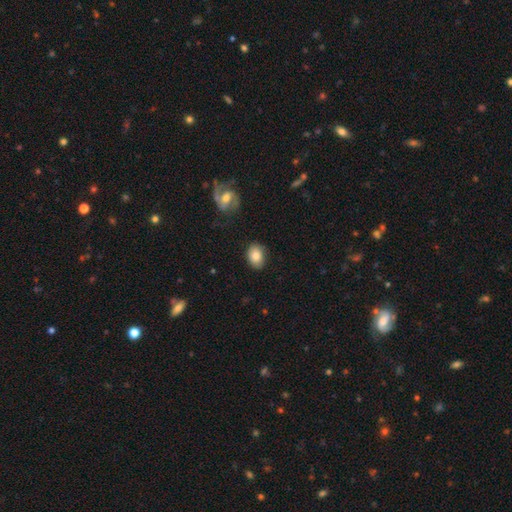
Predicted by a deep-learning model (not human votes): smooth_or_featured: smooth (p=0.82) [alt: featured or disk p=0.10]
how_rounded: in between (p=0.71) [alt: round p=0.28]
merging: none (p=0.82) [alt: minor disturbance p=0.13]